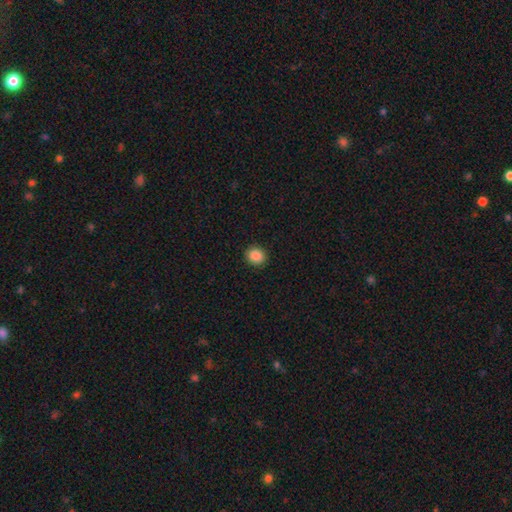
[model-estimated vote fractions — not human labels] A smooth galaxy with no disk features (87%) that is round (82%).

Vote fractions:
- Smooth or featured? smooth: 87% / star or artifact: 9% / featured or disk: 4%
- How rounded? round: 82% / in between: 17% / cigar-shaped: 1%
- Merging? none: 92% / minor disturbance: 6% / major disturbance: 2% / merger: 1%